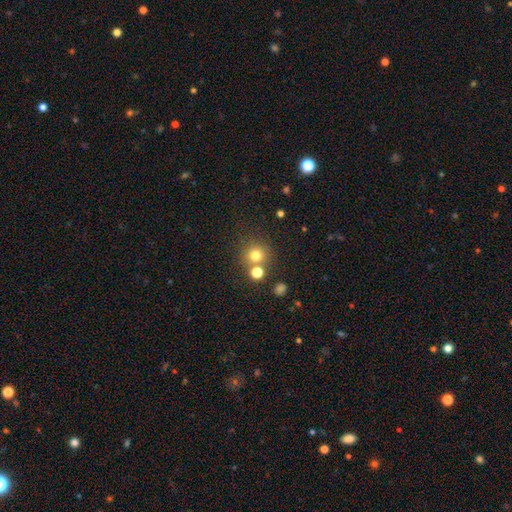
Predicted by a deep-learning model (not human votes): Smooth or featured? Predicted: smooth (p=0.75). How rounded? Predicted: round (p=0.92). Merging? Predicted: none (p=0.69).